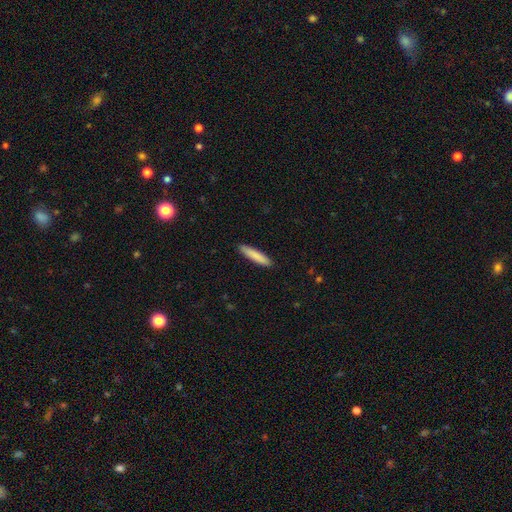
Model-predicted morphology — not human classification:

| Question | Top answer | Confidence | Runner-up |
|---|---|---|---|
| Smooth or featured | smooth | 85% | featured or disk (9%) |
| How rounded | cigar-shaped | 88% | in between (11%) |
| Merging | none | 90% | minor disturbance (7%) |